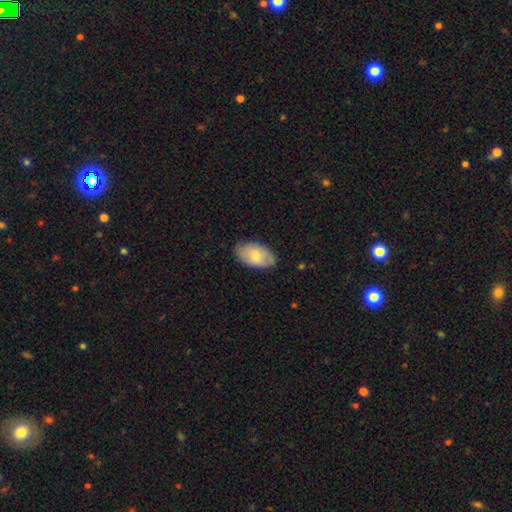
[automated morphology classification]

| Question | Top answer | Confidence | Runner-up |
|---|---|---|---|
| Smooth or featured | smooth | 71% | featured or disk (24%) |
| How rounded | in between | 94% | round (5%) |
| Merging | none | 80% | minor disturbance (16%) |